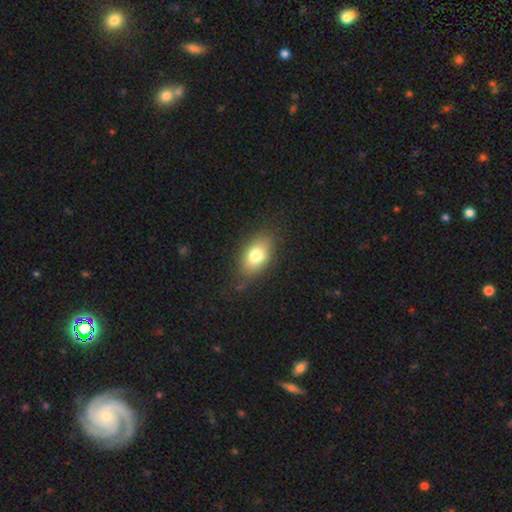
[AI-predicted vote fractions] smooth 76%, featured or disk 15%, star or artifact 9%. Down the decision tree: how rounded — in between (85%); merging — none (76%).